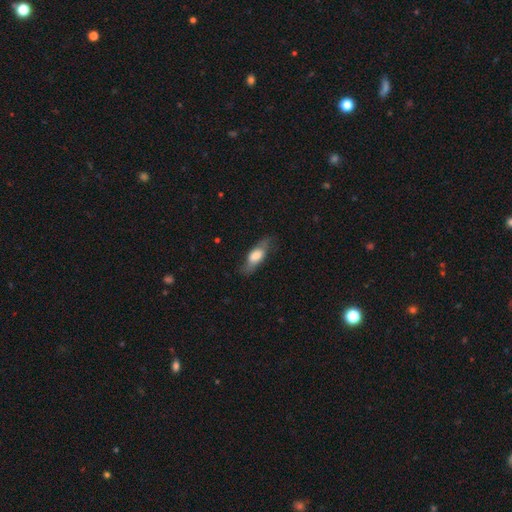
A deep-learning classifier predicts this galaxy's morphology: A smooth galaxy with no disk features (61%) that is in between round and cigar-shaped (64%).

Vote fractions:
- Smooth or featured? smooth: 61% / featured or disk: 33% / star or artifact: 6%
- How rounded? in between: 64% / cigar-shaped: 32% / round: 3%
- Merging? none: 72% / minor disturbance: 19% / major disturbance: 7% / merger: 1%